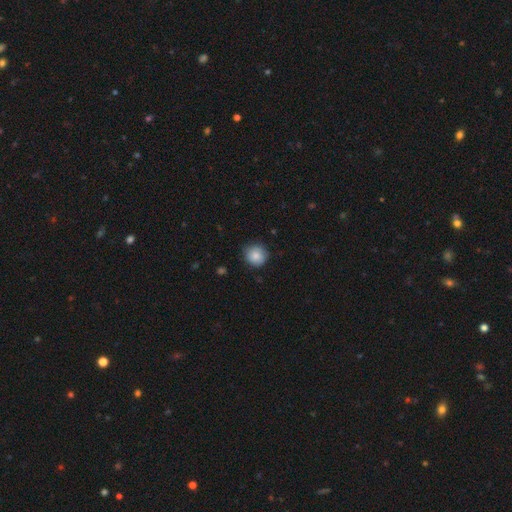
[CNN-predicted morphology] The model was most divided on "merging": none: 80%, minor disturbance: 16%, major disturbance: 3%, merger: 1%. More confident: how rounded — round (90%); smooth or featured — smooth (84%).